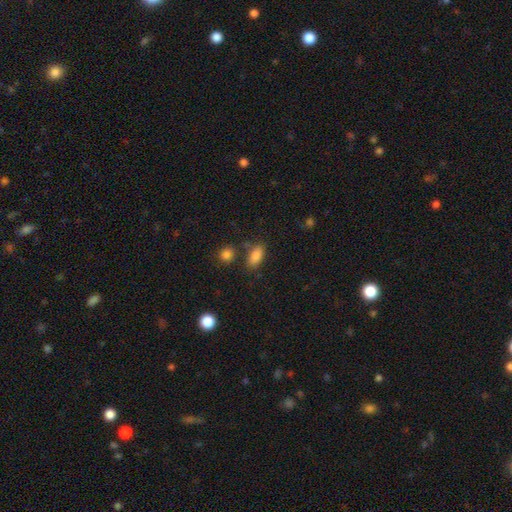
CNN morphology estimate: A smooth galaxy with no disk features (86%) that is in between round and cigar-shaped (89%). Merging: none (71%).